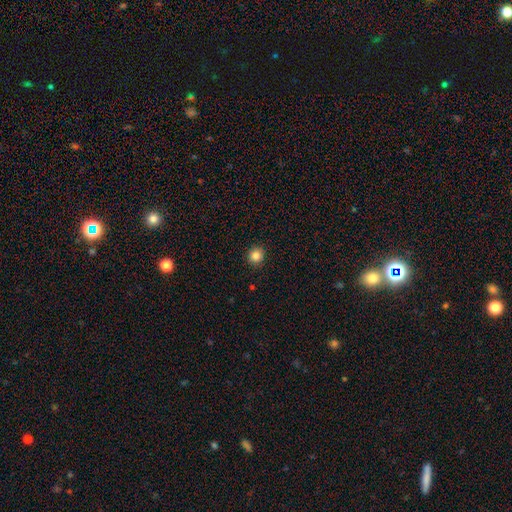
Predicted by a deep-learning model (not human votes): smooth 84%, star or artifact 11%, featured or disk 4%. Down the decision tree: how rounded — round (92%); merging — none (92%).